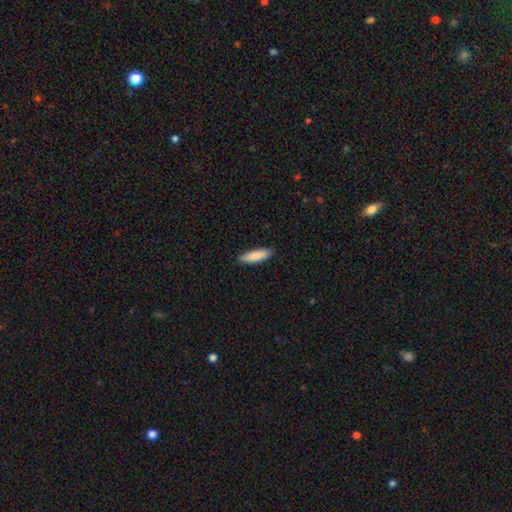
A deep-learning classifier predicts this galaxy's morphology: smooth 88%, featured or disk 7%, star or artifact 5%. Down the decision tree: how rounded — cigar-shaped (58%); merging — none (90%).